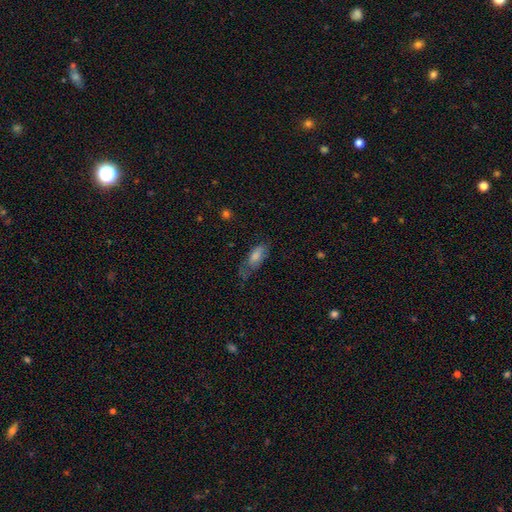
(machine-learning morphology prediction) smooth 53%, featured or disk 33%, star or artifact 13%. Down the decision tree: how rounded — in between (74%); merging — none (49%).